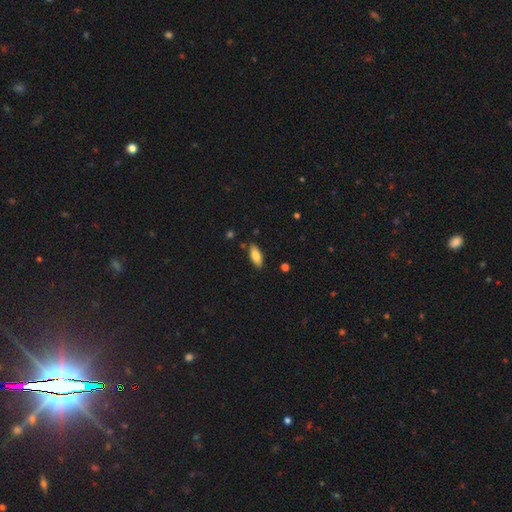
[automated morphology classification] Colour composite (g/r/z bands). It shows a smooth galaxy with no disk features (82%) that is in between round and cigar-shaped (79%). Merging: none (85%).